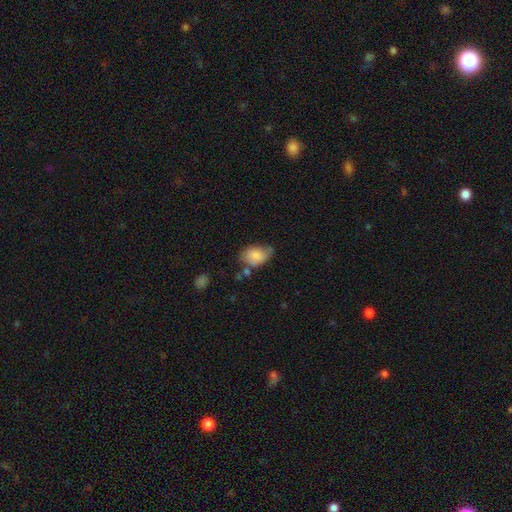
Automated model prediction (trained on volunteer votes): Smooth or featured: smooth — 80% (featured or disk — 12%)
How rounded: in between — 82% (round — 17%)
Merging: none — 43% (minor disturbance — 36%)